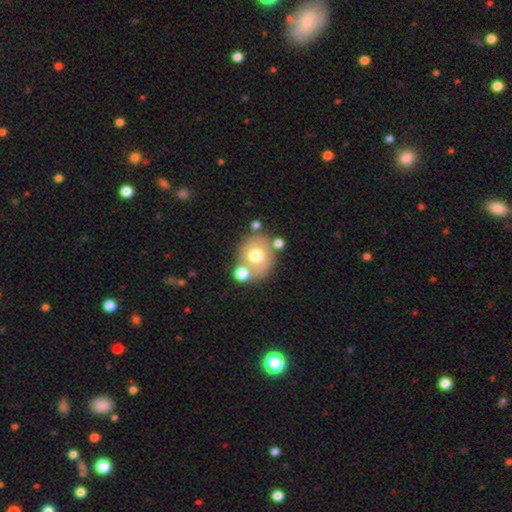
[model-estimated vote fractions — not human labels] smooth-or-featured: smooth: 62% | featured or disk: 27% | star or artifact: 11%
  how-rounded: round: 69% | in between: 30% | cigar-shaped: 1%
  merging: none: 65% | merger: 16% | minor disturbance: 14% | major disturbance: 6%